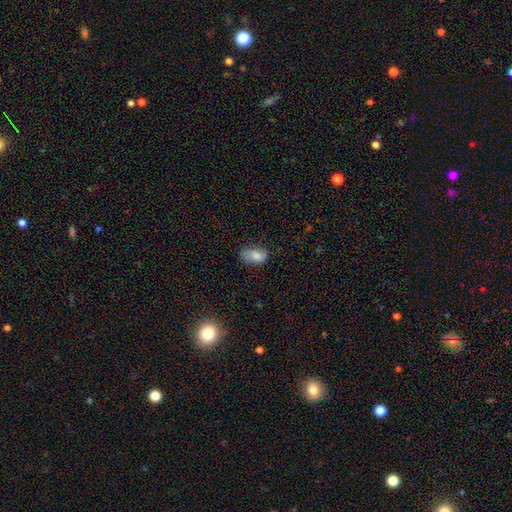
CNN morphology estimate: This appears to be a smooth galaxy with no disk features (82%) that is in between round and cigar-shaped (90%). Merging: none (61%).